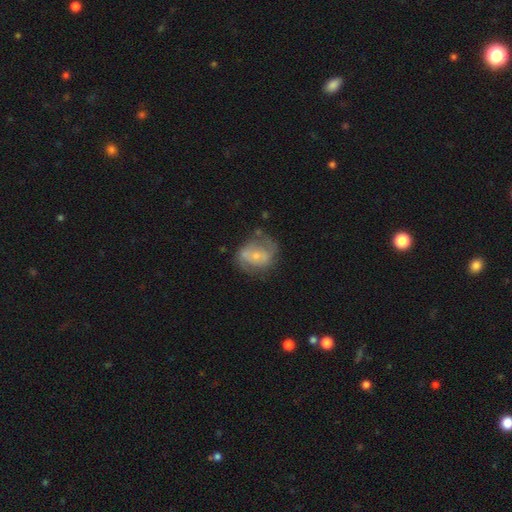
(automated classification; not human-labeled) This appears to be a featured or disk galaxy (58%) with no bar (52%), spiral arms (64%) and a small central bulge (62%). Merging: none (51%).